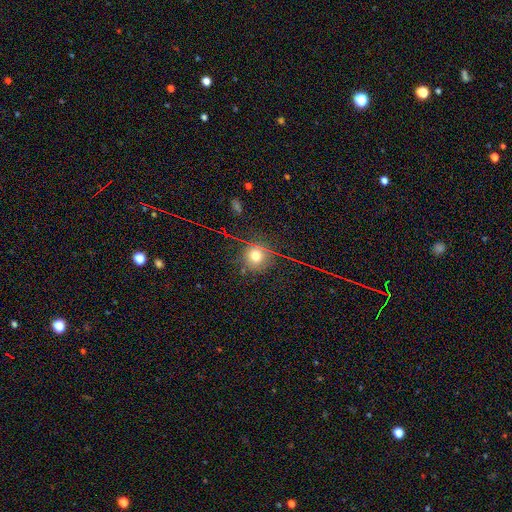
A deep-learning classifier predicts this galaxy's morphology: smooth_or_featured: smooth (p=0.67) [alt: star or artifact p=0.24]
how_rounded: round (p=0.92) [alt: in between p=0.07]
merging: none (p=0.84) [alt: minor disturbance p=0.10]